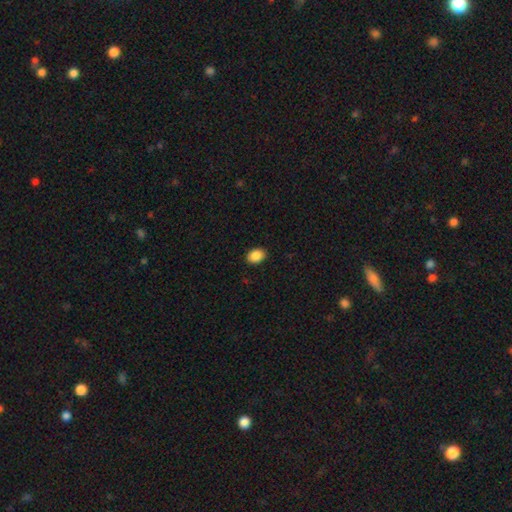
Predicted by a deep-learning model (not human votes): Smooth or featured? smooth (88%)
How rounded? in between (69%)
Merging? none (89%)